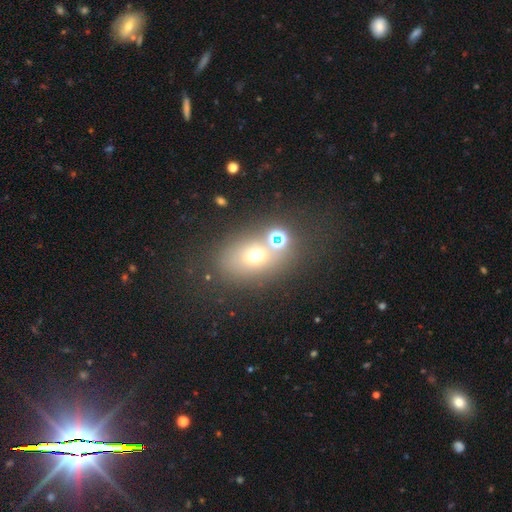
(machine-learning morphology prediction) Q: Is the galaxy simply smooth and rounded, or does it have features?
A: smooth — 59%.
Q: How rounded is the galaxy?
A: in between — 56%.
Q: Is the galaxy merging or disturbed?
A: none — 62%.